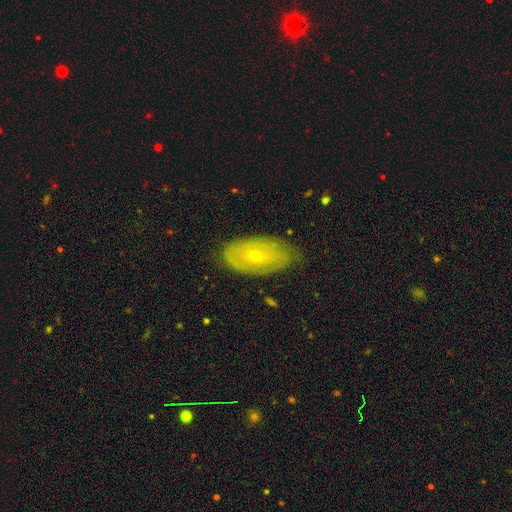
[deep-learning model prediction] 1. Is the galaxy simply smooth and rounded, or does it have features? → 55% featured or disk, 38% smooth, 8% star or artifact.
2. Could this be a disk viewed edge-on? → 88% no, 12% yes.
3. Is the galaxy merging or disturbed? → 72% none, 22% minor disturbance, 5% major disturbance, 1% merger.